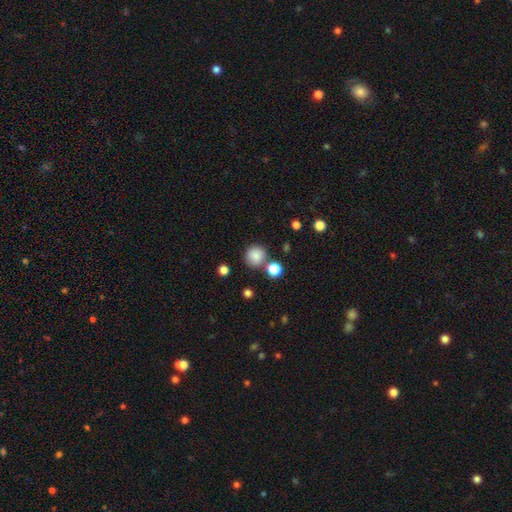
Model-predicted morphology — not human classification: The model was most divided on "merging": none: 77%, minor disturbance: 10%, merger: 10%, major disturbance: 3%. More confident: how rounded — round (92%); smooth or featured — smooth (84%).